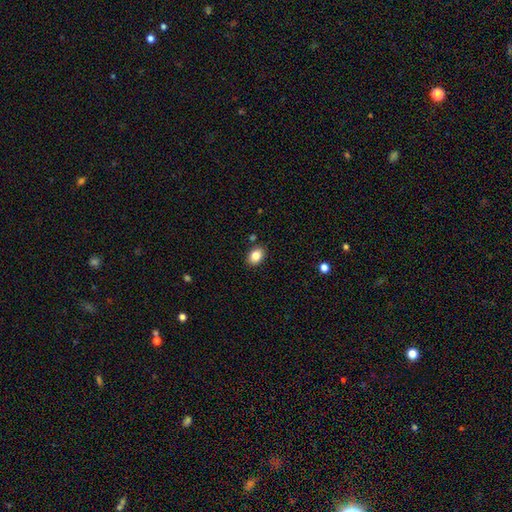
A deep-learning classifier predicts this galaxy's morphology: A smooth galaxy with no disk features (85%) that is in between round and cigar-shaped (73%). Merging: none (86%).